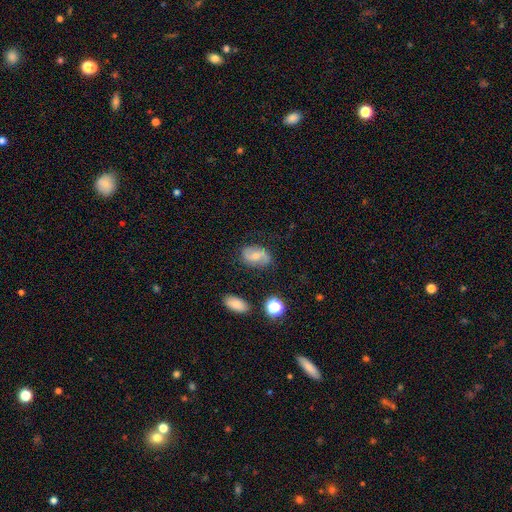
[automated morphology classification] Smooth or featured?
  - featured or disk: 55% *
  - smooth: 35%
  - star or artifact: 10%
Edge-on disk?
  - no: 96% *
  - yes: 4%
Bar?
  - weak: 42% *
  - no: 41%
  - strong: 17%
Spiral arms?
  - yes: 87% *
  - no: 13%
Bulge size?
  - moderate: 47% *
  - small: 44%
  - none: 5%
  - large: 3%
  - dominant: 1%
Merging?
  - none: 77% *
  - minor disturbance: 16%
  - major disturbance: 5%
  - merger: 2%